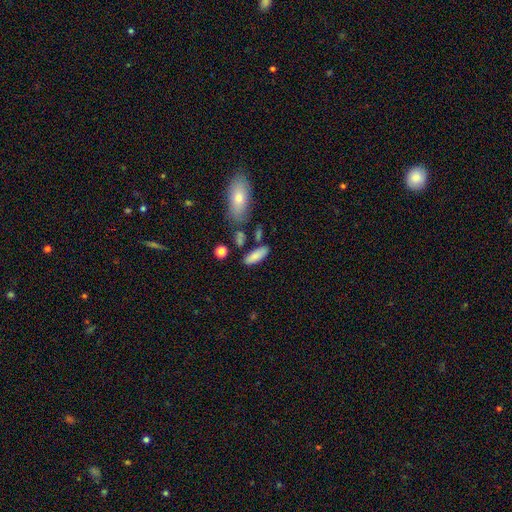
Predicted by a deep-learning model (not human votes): The model was most divided on "how rounded": in between: 65%, cigar-shaped: 33%, round: 3%. More confident: smooth or featured — smooth (82%); merging — none (73%).